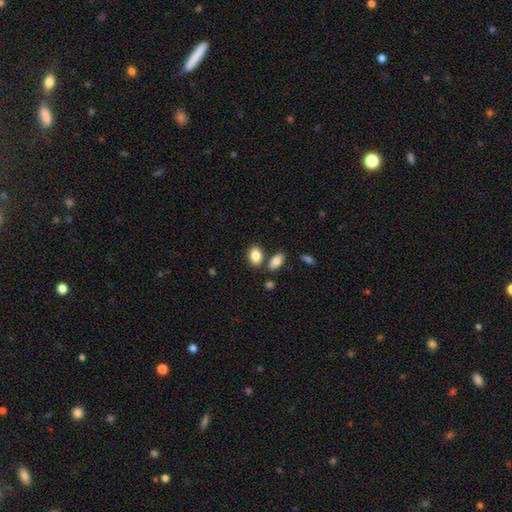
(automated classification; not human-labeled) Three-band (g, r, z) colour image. It shows a smooth galaxy with no disk features (85%) that is in between round and cigar-shaped (82%). Merging: none (69%).